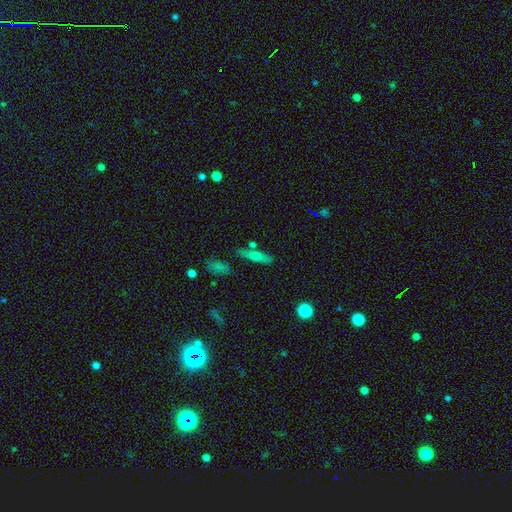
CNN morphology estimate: Smooth or featured? smooth (64%)
How rounded? cigar-shaped (64%)
Merging? none (70%)